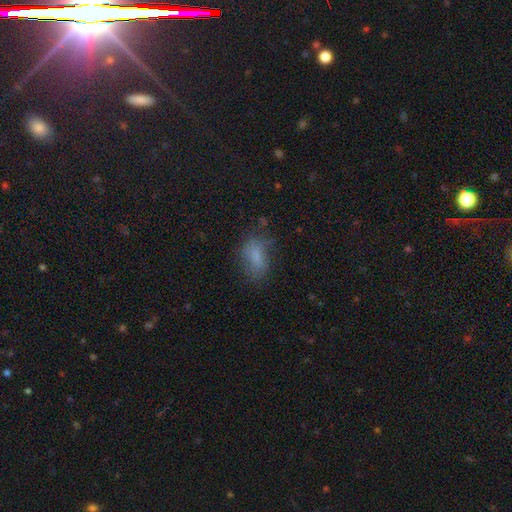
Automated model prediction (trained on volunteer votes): smooth 75%, featured or disk 14%, star or artifact 11%. Down the decision tree: how rounded — in between (87%); merging — none (61%).